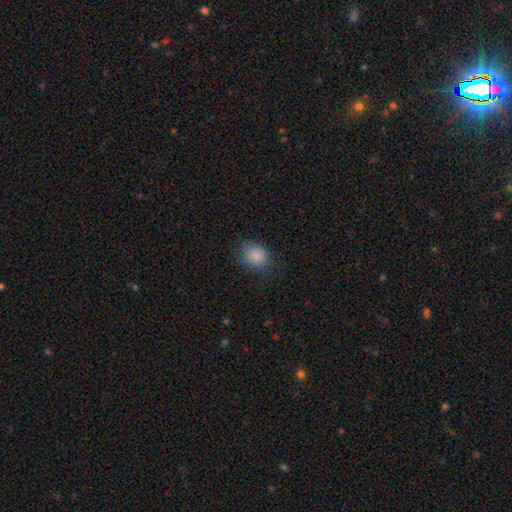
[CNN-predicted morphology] Overall: smooth (84%). How rounded: round (61%; in between 38%). Merging: none (71%).